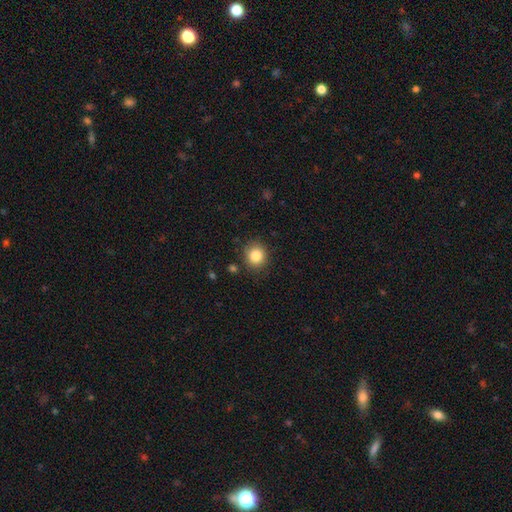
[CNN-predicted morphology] smooth_or_featured: smooth (p=0.84) [alt: star or artifact p=0.10]
how_rounded: round (p=0.84) [alt: in between p=0.15]
merging: none (p=0.85) [alt: minor disturbance p=0.10]